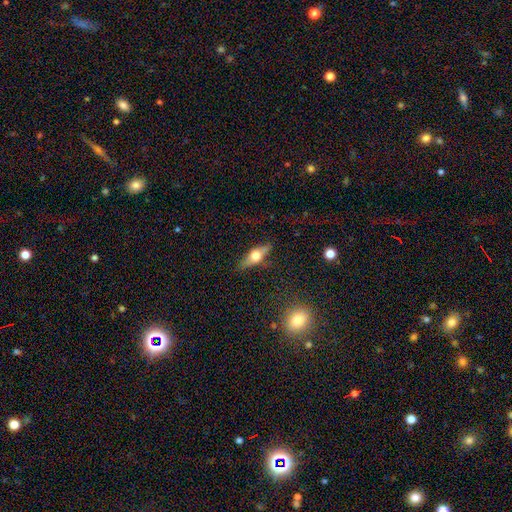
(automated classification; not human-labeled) Smooth or featured?
  - featured or disk: 50% *
  - smooth: 43%
  - star or artifact: 7%
Merging?
  - none: 82% *
  - minor disturbance: 13%
  - major disturbance: 3%
  - merger: 2%